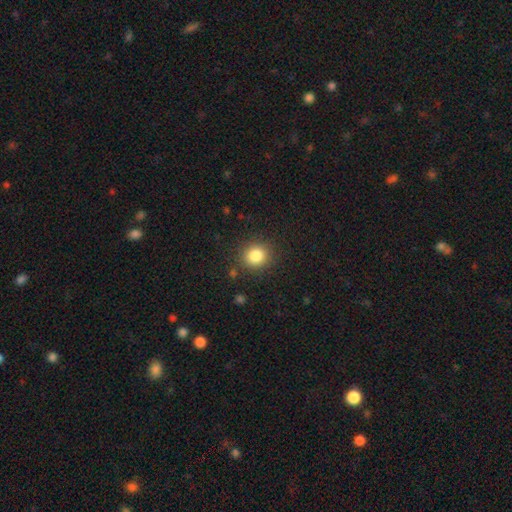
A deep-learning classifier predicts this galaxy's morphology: Smooth or featured: smooth — 84% (star or artifact — 11%)
How rounded: round — 84% (in between — 15%)
Merging: none — 88% (minor disturbance — 8%)